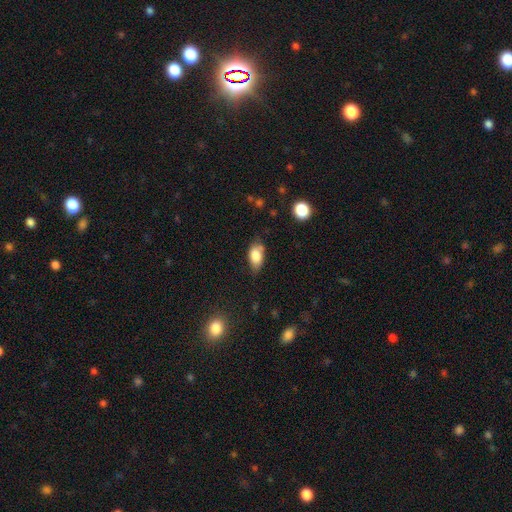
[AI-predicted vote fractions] Smooth or featured?
  - smooth: 80% *
  - featured or disk: 12%
  - star or artifact: 8%
How rounded?
  - in between: 89% *
  - round: 6%
  - cigar-shaped: 4%
Merging?
  - none: 62% *
  - minor disturbance: 28%
  - major disturbance: 6%
  - merger: 5%